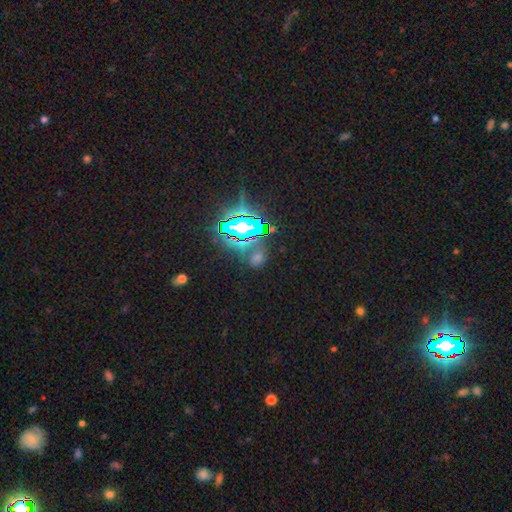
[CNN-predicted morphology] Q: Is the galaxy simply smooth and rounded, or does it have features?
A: star or artifact — 58%.